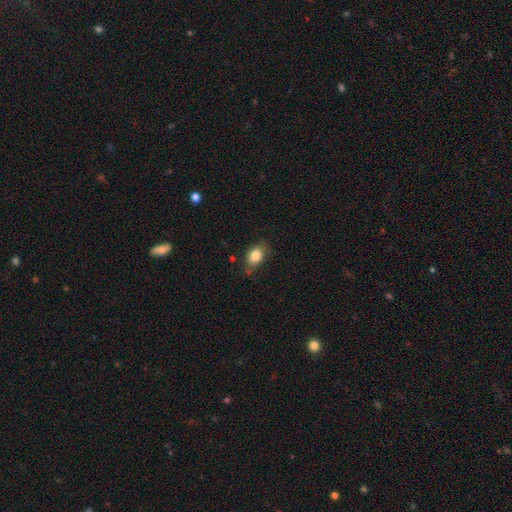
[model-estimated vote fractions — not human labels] Smooth or featured? Predicted: smooth (p=0.84). How rounded? Predicted: in between (p=0.76). Merging? Predicted: none (p=0.69).